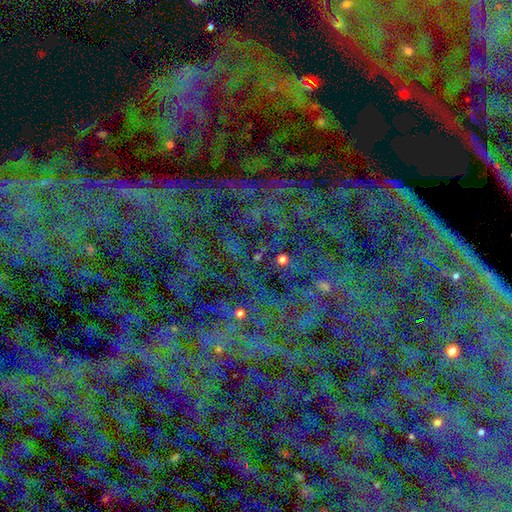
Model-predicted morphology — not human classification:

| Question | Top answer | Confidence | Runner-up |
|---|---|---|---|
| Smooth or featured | star or artifact | 82% | smooth (10%) |